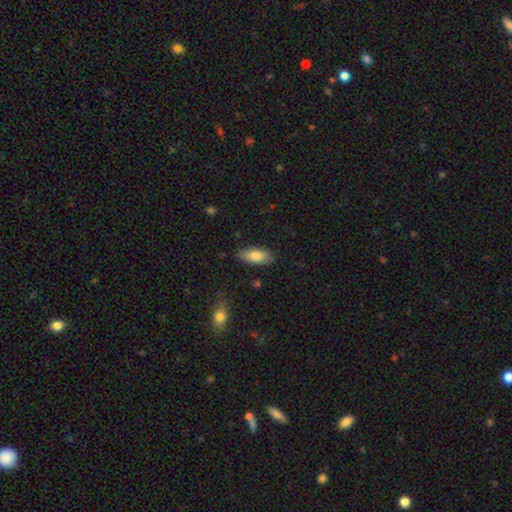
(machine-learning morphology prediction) A smooth galaxy with no disk features (82%) that is in between round and cigar-shaped (85%).

Vote fractions:
- Smooth or featured? smooth: 82% / featured or disk: 11% / star or artifact: 6%
- How rounded? in between: 85% / cigar-shaped: 13% / round: 2%
- Merging? none: 81% / minor disturbance: 15% / major disturbance: 3% / merger: 2%